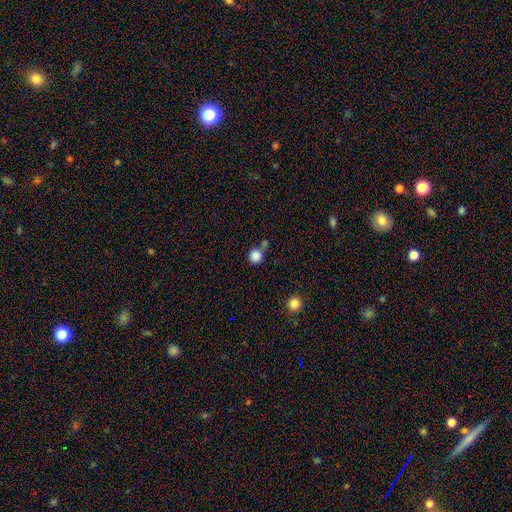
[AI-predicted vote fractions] A smooth galaxy with no disk features (86%) that is round (92%).

Vote fractions:
- Smooth or featured? smooth: 86% / star or artifact: 11% / featured or disk: 4%
- How rounded? round: 92% / in between: 7% / cigar-shaped: 1%
- Merging? none: 68% / merger: 18% / minor disturbance: 10% / major disturbance: 4%